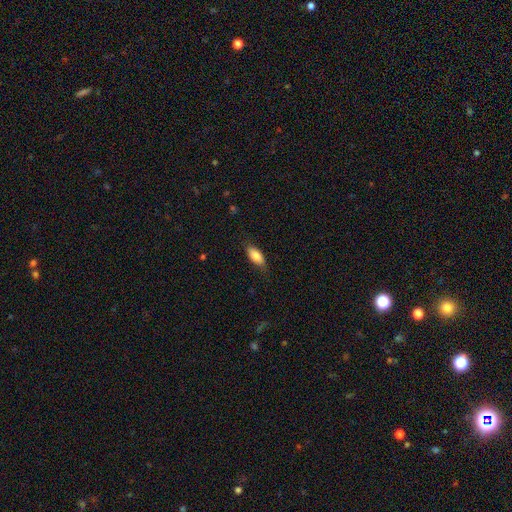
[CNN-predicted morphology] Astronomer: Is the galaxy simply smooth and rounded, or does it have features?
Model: smooth — 82%.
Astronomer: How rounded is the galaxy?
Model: in between — 83%.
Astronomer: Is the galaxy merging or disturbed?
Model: none — 78%.